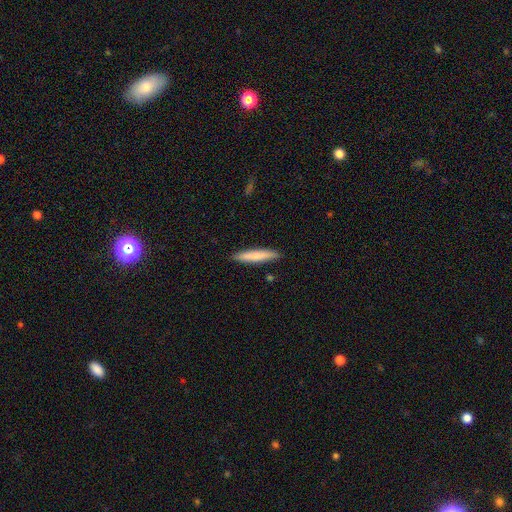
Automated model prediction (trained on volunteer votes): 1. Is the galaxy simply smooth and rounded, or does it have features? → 78% smooth, 17% featured or disk, 5% star or artifact.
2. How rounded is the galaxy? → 91% cigar-shaped, 8% in between, 1% round.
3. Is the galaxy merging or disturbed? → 91% none, 7% minor disturbance, 1% major disturbance, 1% merger.